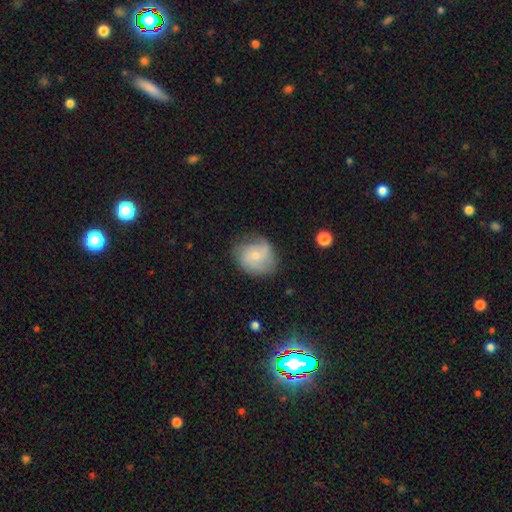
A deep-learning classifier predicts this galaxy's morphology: Smooth or featured? featured or disk (51%)
Edge-on disk? no (97%)
Merging? none (64%)